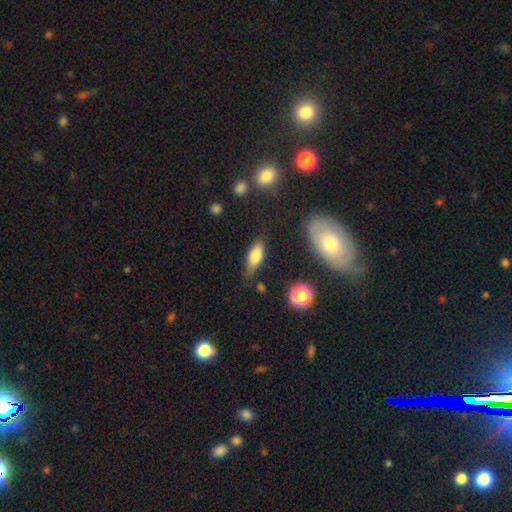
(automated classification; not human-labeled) smooth 75%, featured or disk 17%, star or artifact 8%. Down the decision tree: how rounded — in between (72%); merging — none (71%).